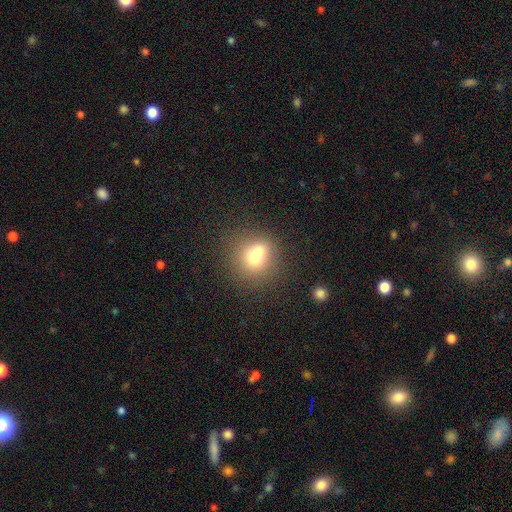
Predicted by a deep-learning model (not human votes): This is likely a smooth galaxy (69%). How rounded: likely round (78%). Merging: possibly none (49%).